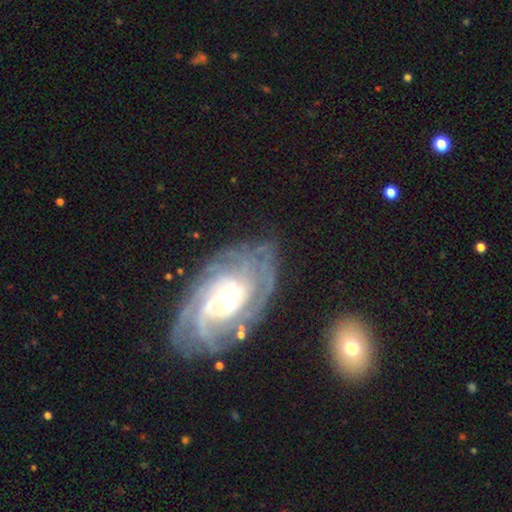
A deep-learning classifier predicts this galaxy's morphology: The model was most divided on "spiral arm count": can't tell: 28%, 3: 21%, 4: 20%, 2: 12%, more than 4: 11%, 1: 7%. More confident: spiral arms — yes (97%); edge-on disk — no (95%); smooth or featured — featured or disk (87%); merging — none (75%); spiral winding — tight (68%); bar — no (62%); bulge size — moderate (61%).